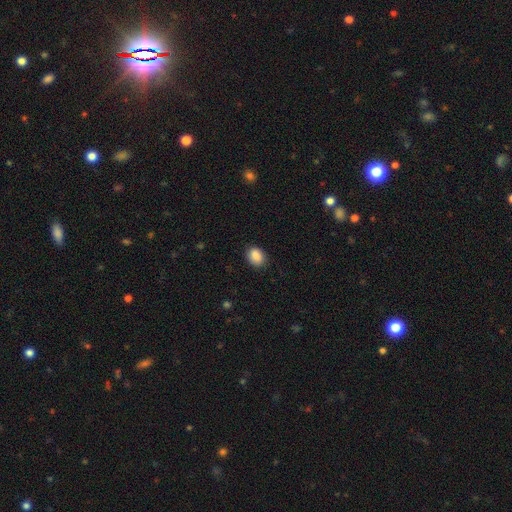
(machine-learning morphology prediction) This appears to be a smooth galaxy with no disk features (89%) that is in between round and cigar-shaped (66%). Merging: none (85%).